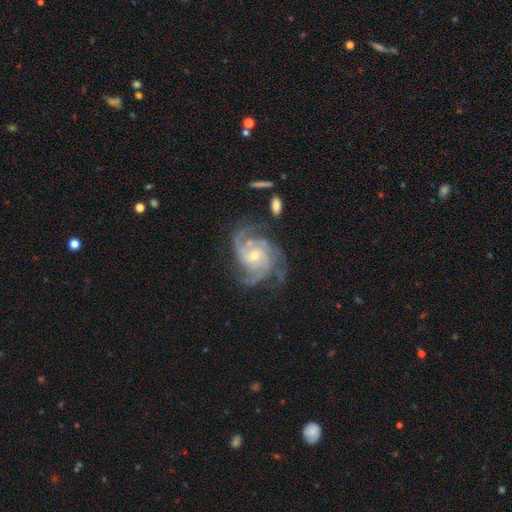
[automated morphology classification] A featured or disk galaxy (90%) with no bar (62%), 3 (39%) tight (54%) spiral arms (98%) and a small central bulge (56%).

Vote fractions:
- Smooth or featured? featured or disk: 90% / star or artifact: 6% / smooth: 4%
- Edge-on disk? no: 98% / yes: 2%
- Bar? no: 62% / weak: 30% / strong: 8%
- Spiral arms? yes: 98% / no: 2%
- Spiral winding? tight: 54% / medium: 39% / loose: 7%
- Spiral arm count? 3: 39% / 4: 25% / 2: 13% / can't tell: 12% / more than 4: 6% / 1: 6%
- Bulge size? small: 56% / moderate: 40% / large: 2% / none: 2% / dominant: 1%
- Merging? none: 69% / minor disturbance: 18% / major disturbance: 10% / merger: 3%